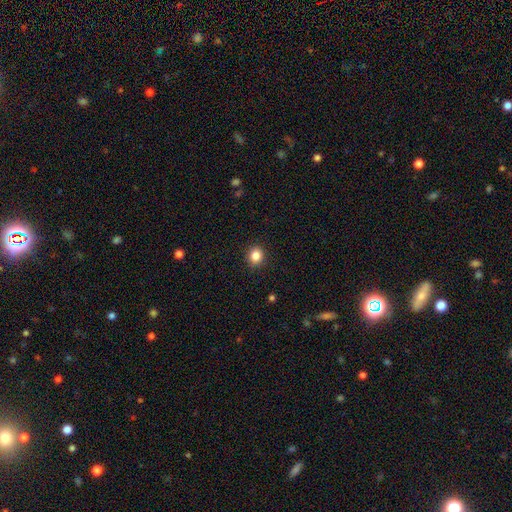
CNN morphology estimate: This is clearly a smooth galaxy (85%). How rounded: likely round (76%). Merging: clearly none (91%).